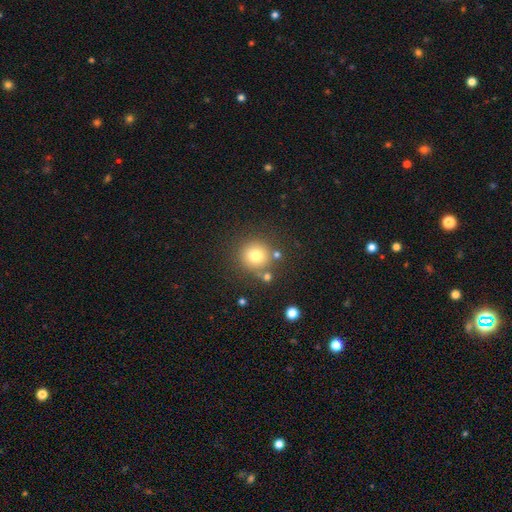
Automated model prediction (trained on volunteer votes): Smooth or featured? Predicted: smooth (p=0.77). How rounded? Predicted: round (p=0.93). Merging? Predicted: none (p=0.80).